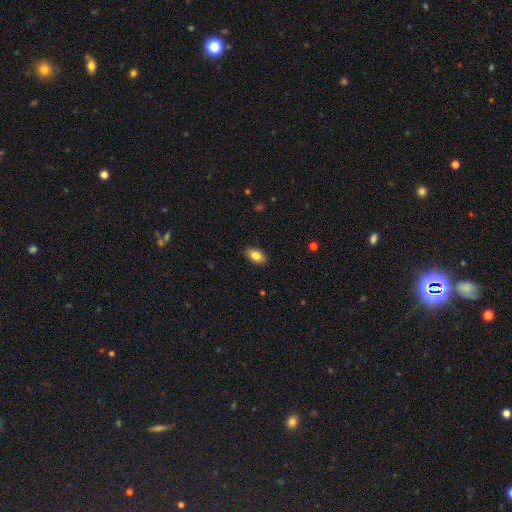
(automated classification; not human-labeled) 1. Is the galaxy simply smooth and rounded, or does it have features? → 83% smooth, 10% featured or disk, 8% star or artifact.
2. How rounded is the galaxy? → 91% in between, 6% round, 3% cigar-shaped.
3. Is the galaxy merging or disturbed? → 87% none, 10% minor disturbance, 2% major disturbance, 1% merger.